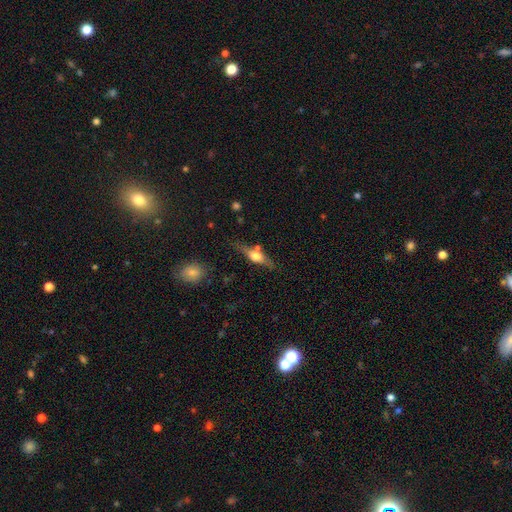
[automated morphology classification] This appears to be a featured or disk galaxy (54%) viewed edge-on (91%). Merging: none (72%).